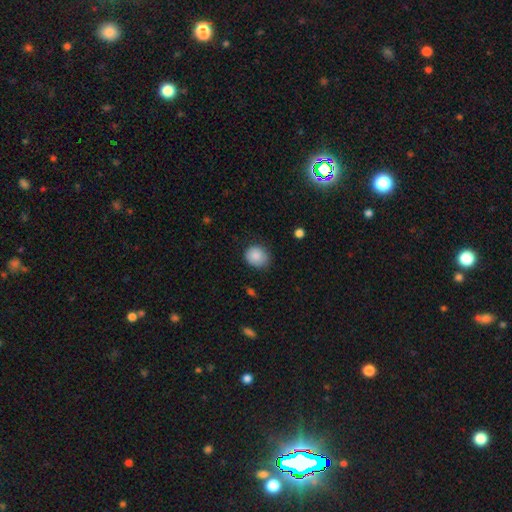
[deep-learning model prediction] Smooth or featured? smooth (87%)
How rounded? round (73%)
Merging? none (75%)